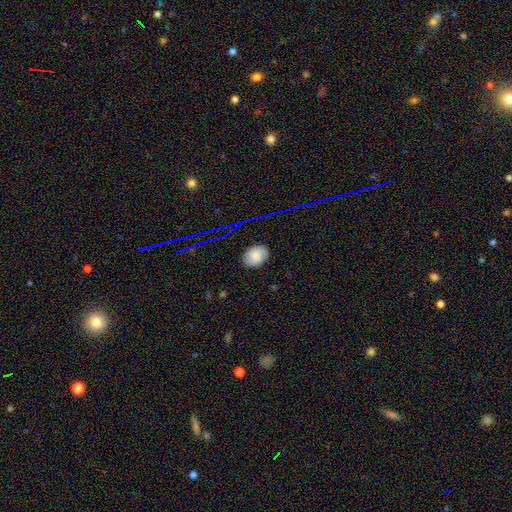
Smooth or featured?
  - smooth: 65% *
  - featured or disk: 27%
  - star or artifact: 8%
How rounded?
  - in between: 67% *
  - round: 29%
  - cigar-shaped: 4%
Merging?
  - none: 88% *
  - minor disturbance: 9%
  - major disturbance: 3%
  - merger: 0%